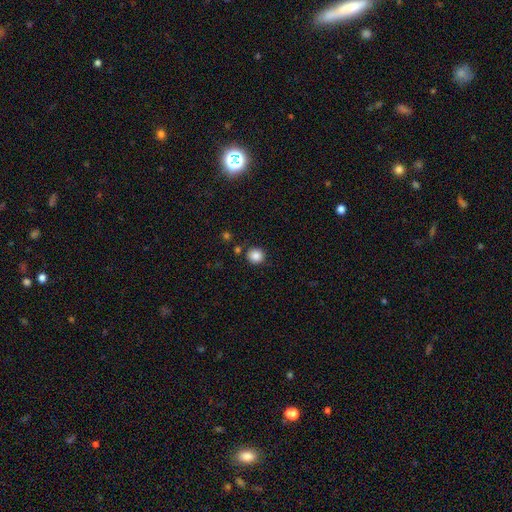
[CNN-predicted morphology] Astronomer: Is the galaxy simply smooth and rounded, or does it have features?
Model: smooth — 86%.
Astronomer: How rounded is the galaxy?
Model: round — 90%.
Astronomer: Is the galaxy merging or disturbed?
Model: none — 85%.